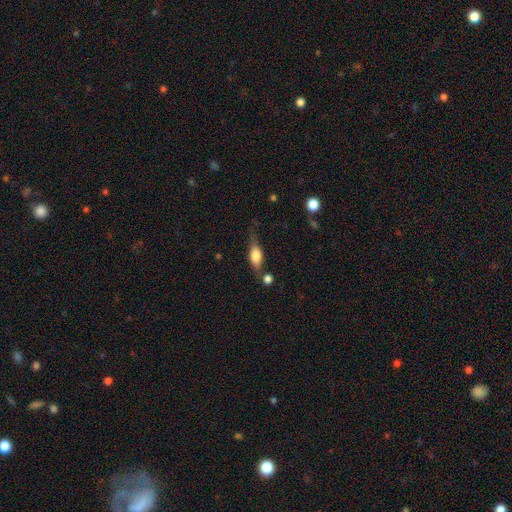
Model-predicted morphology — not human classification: A smooth galaxy with no disk features (57%) that is in between round and cigar-shaped (68%). Merging: none (53%).